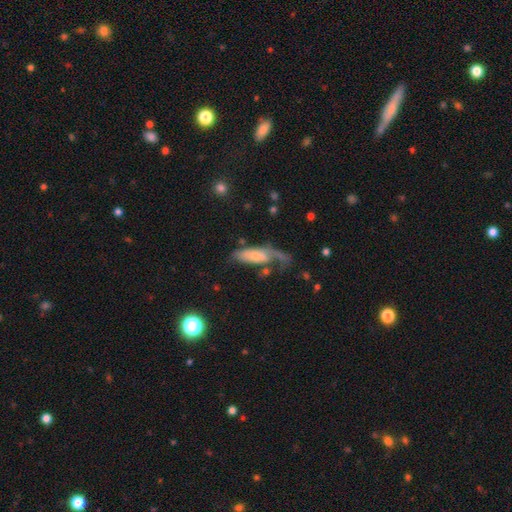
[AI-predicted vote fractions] This appears to be a smooth galaxy with no disk features (50%). Merging: major disturbance (37%).